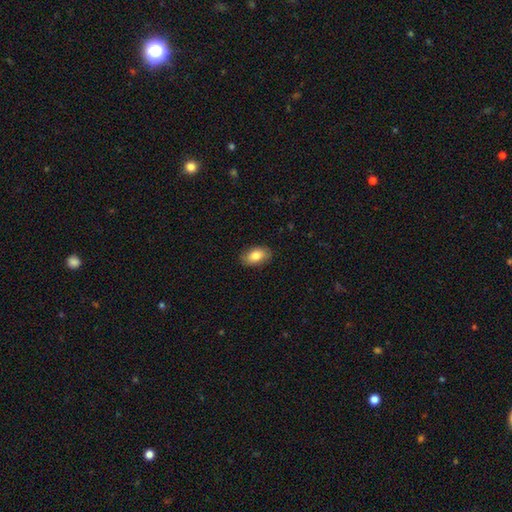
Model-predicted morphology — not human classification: Overall: smooth (82%). How rounded: in between (92%). Merging: none (86%).